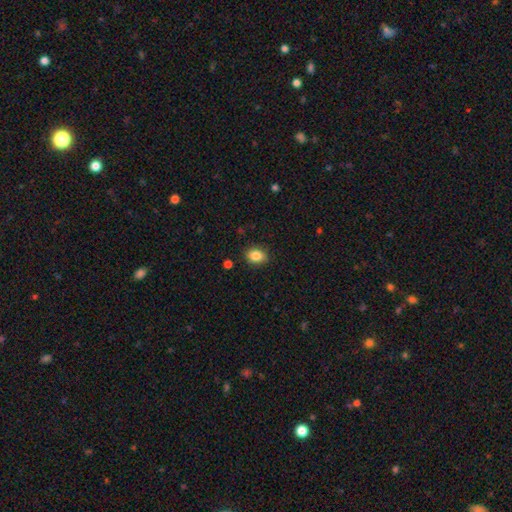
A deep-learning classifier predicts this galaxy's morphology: Smooth or featured?
  - smooth: 85% *
  - star or artifact: 9%
  - featured or disk: 5%
How rounded?
  - in between: 64% *
  - round: 35%
  - cigar-shaped: 1%
Merging?
  - none: 86% *
  - minor disturbance: 10%
  - major disturbance: 2%
  - merger: 1%